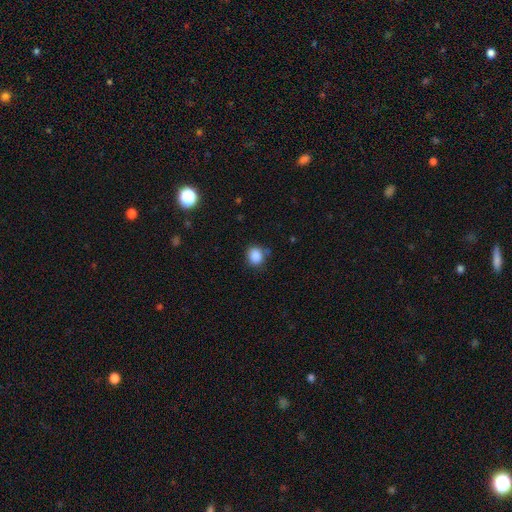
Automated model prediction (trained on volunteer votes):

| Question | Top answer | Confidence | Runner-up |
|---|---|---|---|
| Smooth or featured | smooth | 87% | star or artifact (10%) |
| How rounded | round | 75% | in between (24%) |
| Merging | none | 73% | minor disturbance (19%) |